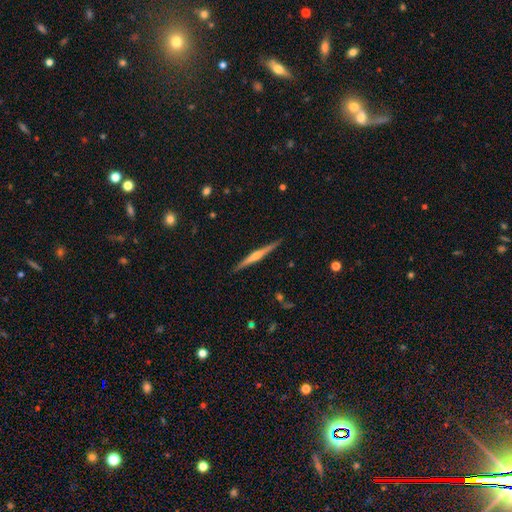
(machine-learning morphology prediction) This appears to be a featured or disk galaxy (75%) viewed edge-on (98%) with a rounded central bulge (76%). Merging: none (91%).